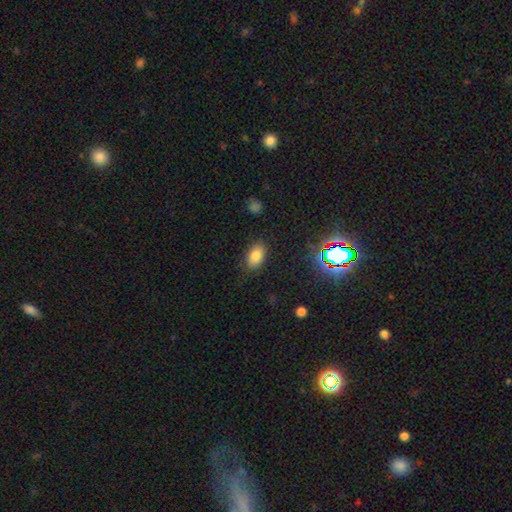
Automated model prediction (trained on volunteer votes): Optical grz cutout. It shows a smooth galaxy with no disk features (81%) that is in between round and cigar-shaped (90%). Merging: none (86%).